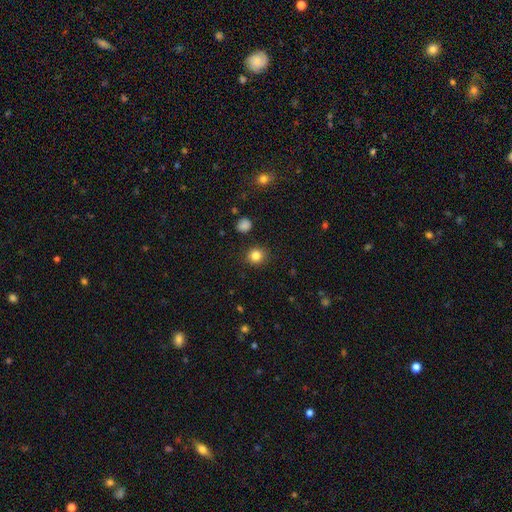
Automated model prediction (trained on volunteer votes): Overall: smooth (83%). How rounded: round (83%). Merging: none (89%).